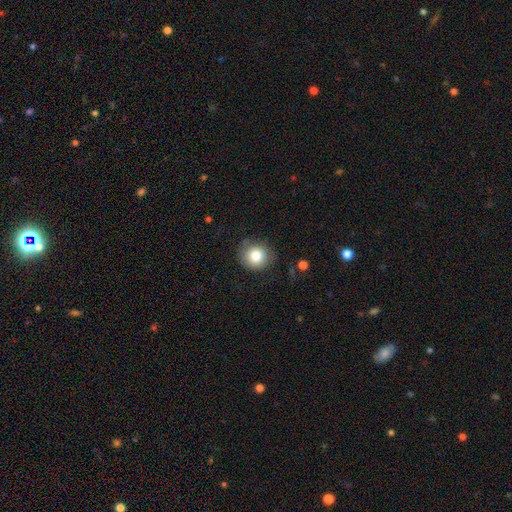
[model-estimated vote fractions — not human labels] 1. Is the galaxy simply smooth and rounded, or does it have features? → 81% smooth, 9% featured or disk, 9% star or artifact.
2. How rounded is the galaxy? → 86% round, 13% in between, 1% cigar-shaped.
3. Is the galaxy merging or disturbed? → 77% none, 17% minor disturbance, 5% major disturbance, 1% merger.